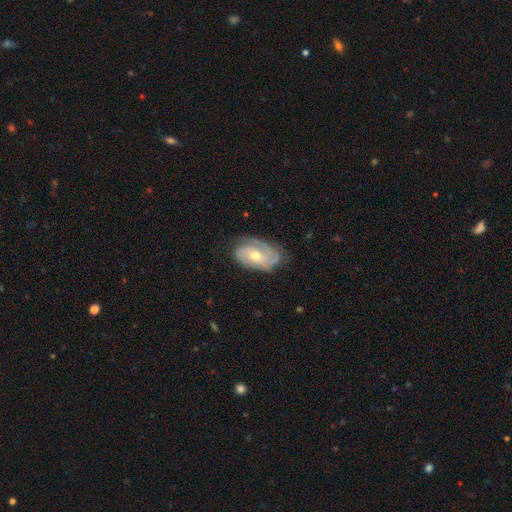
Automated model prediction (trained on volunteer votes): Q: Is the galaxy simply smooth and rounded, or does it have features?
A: featured or disk — 82%.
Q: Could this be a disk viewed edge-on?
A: no — 96%.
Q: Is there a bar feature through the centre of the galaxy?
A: no — 70%.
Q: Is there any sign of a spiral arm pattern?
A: yes — 94%.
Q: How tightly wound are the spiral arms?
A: tight — 58%.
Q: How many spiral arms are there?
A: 2 — 39%.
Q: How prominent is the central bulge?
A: moderate — 58%.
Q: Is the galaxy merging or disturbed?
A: none — 68%.